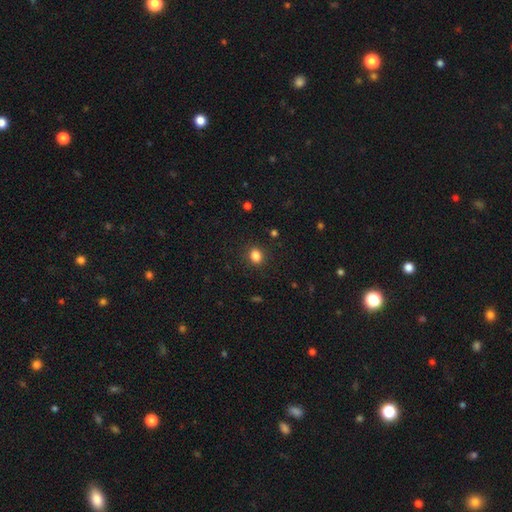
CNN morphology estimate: smooth-or-featured: smooth: 84% | star or artifact: 12% | featured or disk: 4%
  how-rounded: round: 62% | in between: 37% | cigar-shaped: 1%
  merging: none: 89% | minor disturbance: 8% | major disturbance: 3% | merger: 1%